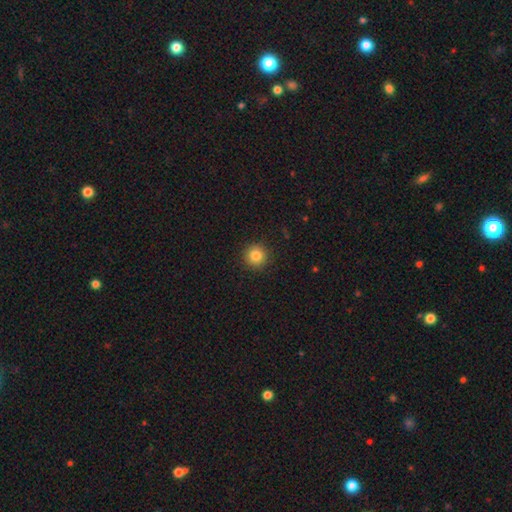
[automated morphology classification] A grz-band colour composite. It shows a smooth galaxy with no disk features (84%) that is round (95%). Merging: none (92%).